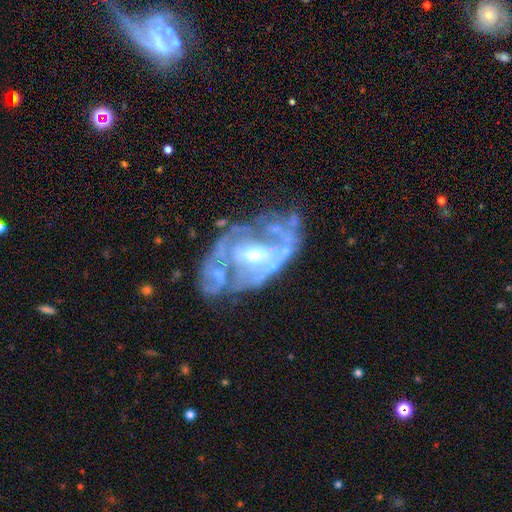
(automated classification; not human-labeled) smooth_or_featured: featured or disk (p=0.81) [alt: smooth p=0.11]
disk_edge_on: no (p=0.96) [alt: yes p=0.04]
bar: no (p=0.41) [alt: weak p=0.39]
has_spiral_arms: yes (p=0.59) [alt: no p=0.41]
bulge_size: moderate (p=0.54) [alt: small p=0.37]
merging: none (p=0.31) [alt: major disturbance p=0.29]